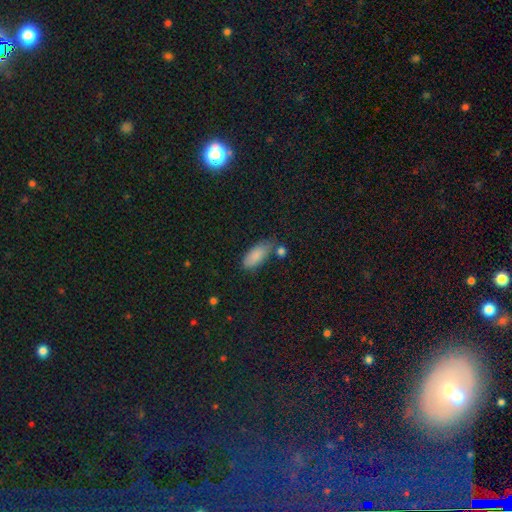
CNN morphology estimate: This appears to be a smooth galaxy with no disk features (86%) that is in between round and cigar-shaped (85%). Merging: none (62%).